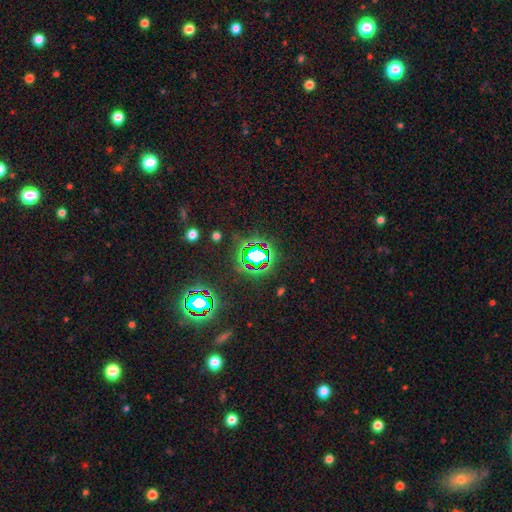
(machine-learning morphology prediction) Overall: star or artifact (68%).